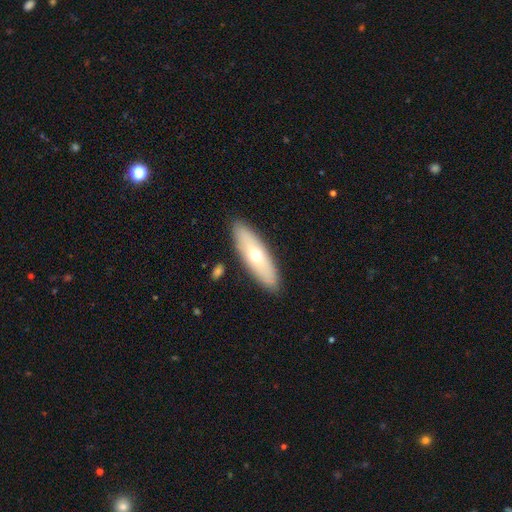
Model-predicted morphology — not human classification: smooth-or-featured: smooth: 55% | featured or disk: 39% | star or artifact: 6%
  how-rounded: in between: 50% | cigar-shaped: 47% | round: 3%
  merging: none: 88% | minor disturbance: 8% | major disturbance: 2% | merger: 2%